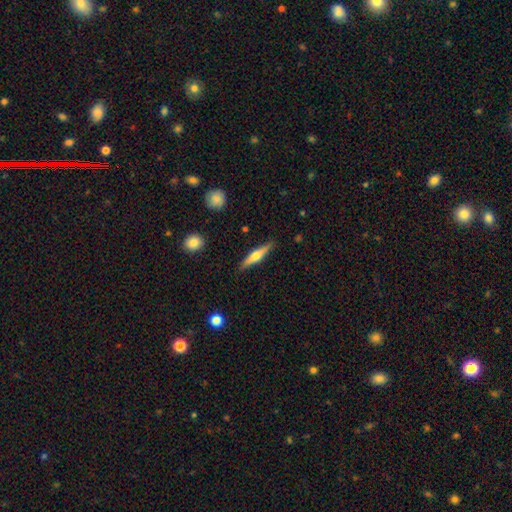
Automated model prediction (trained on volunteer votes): This is possibly a featured or disk galaxy (51%). It is clearly viewed edge-on (94%). Merging: clearly none (87%).